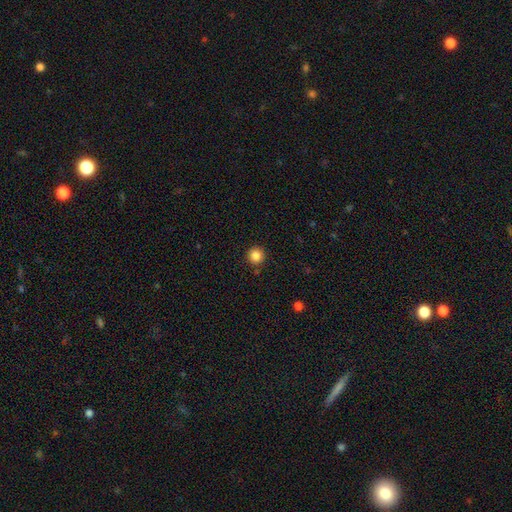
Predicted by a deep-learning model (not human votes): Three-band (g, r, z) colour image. It shows a smooth galaxy with no disk features (85%) that is round (95%). Merging: none (90%).